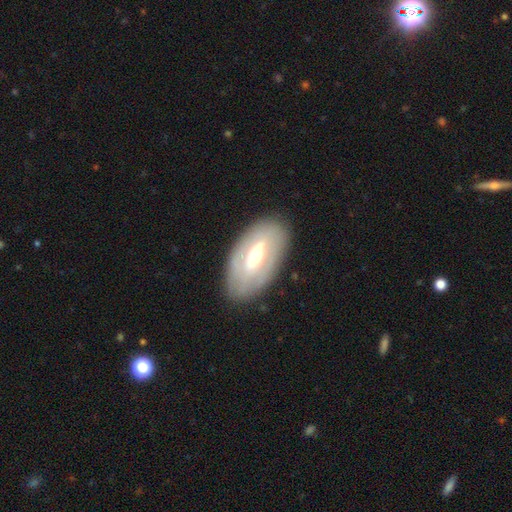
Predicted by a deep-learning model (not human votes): This is likely a featured or disk galaxy (64%). It is clearly not viewed edge-on (85%). Bar: marginally strong (39%, tied with weak). Spiral arm pattern: likely no (65%). Central bulge: likely moderate (70%). Merging: clearly none (83%).